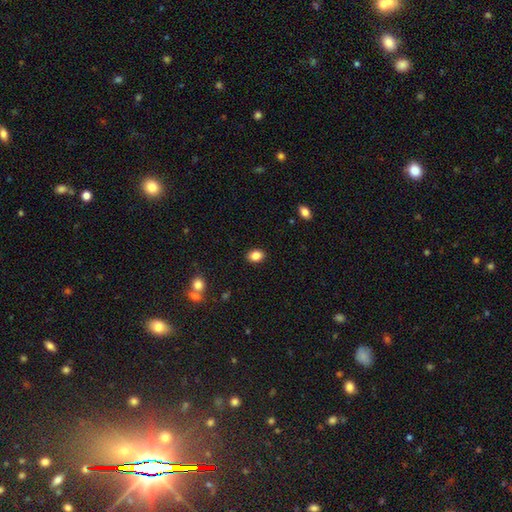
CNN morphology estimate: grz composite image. It shows a smooth galaxy with no disk features (86%) that is in between round and cigar-shaped (73%). Merging: none (89%).